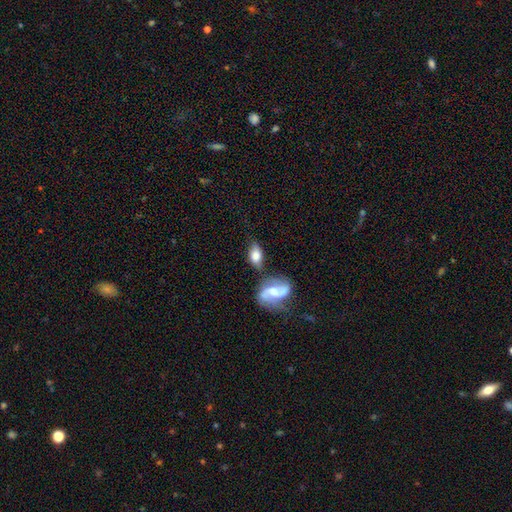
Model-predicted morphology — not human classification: A smooth galaxy with no disk features (64%) that is in between round and cigar-shaped (88%). Merging: none (52%).